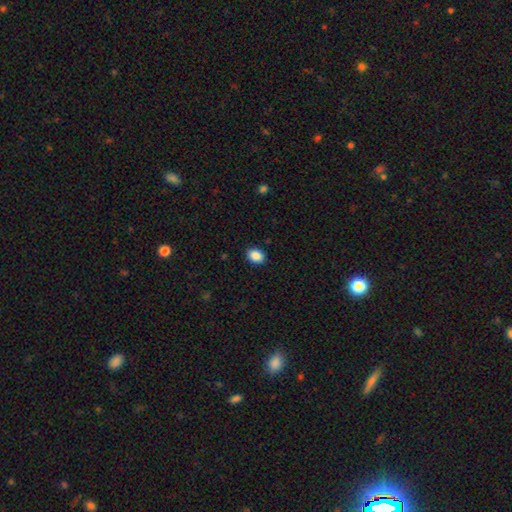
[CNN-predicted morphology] The model was most divided on "how rounded": in between: 69%, round: 30%, cigar-shaped: 1%. More confident: merging — none (90%); smooth or featured — smooth (89%).